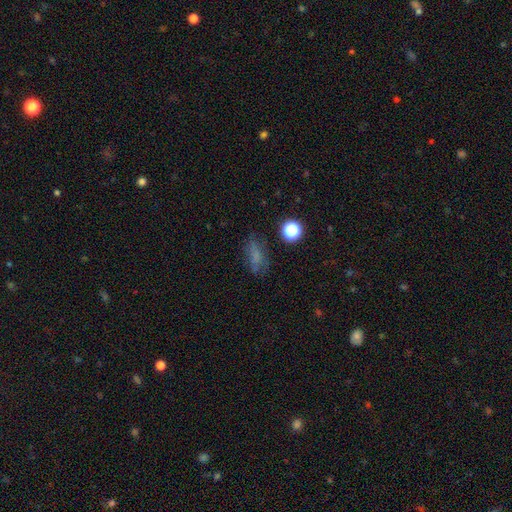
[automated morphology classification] smooth 59%, star or artifact 23%, featured or disk 18%. Down the decision tree: how rounded — in between (71%); merging — none (61%).